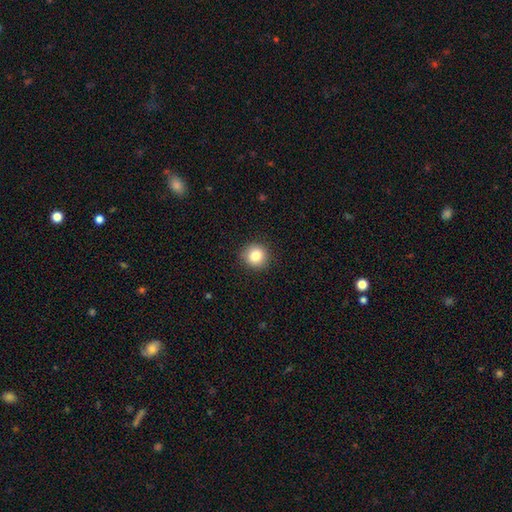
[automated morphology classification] type=smooth (84%); roundness=round (92%); merging=none (91%).